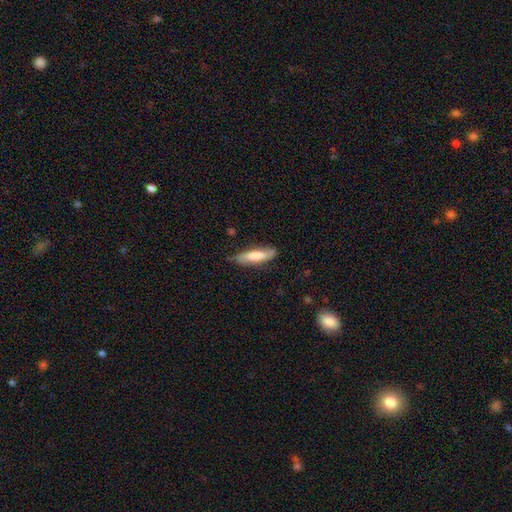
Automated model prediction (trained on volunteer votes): Smooth or featured?
  - smooth: 66% *
  - featured or disk: 28%
  - star or artifact: 6%
How rounded?
  - cigar-shaped: 67% *
  - in between: 32%
  - round: 2%
Merging?
  - none: 77% *
  - minor disturbance: 19%
  - major disturbance: 3%
  - merger: 1%